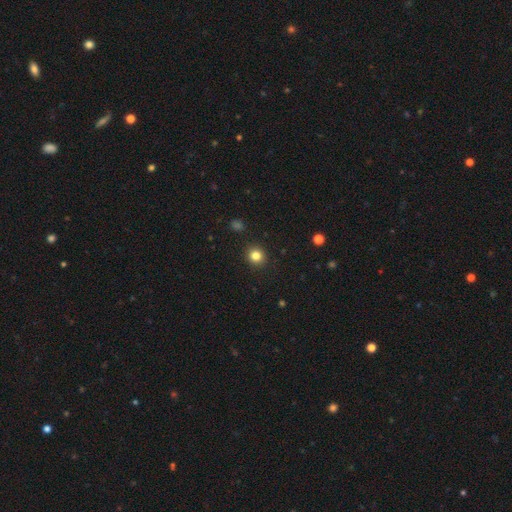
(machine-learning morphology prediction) smooth 82%, star or artifact 12%, featured or disk 5%. Down the decision tree: how rounded — round (88%); merging — none (92%).